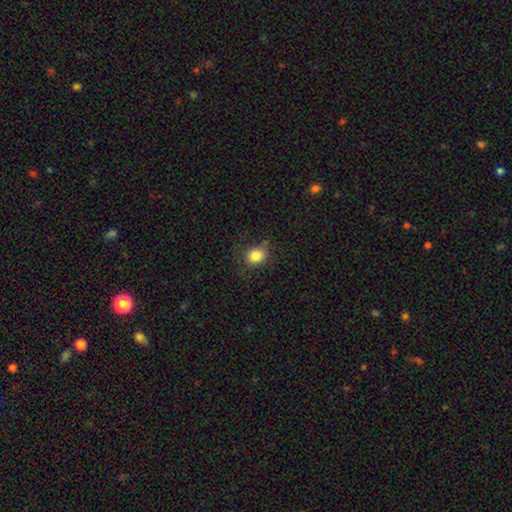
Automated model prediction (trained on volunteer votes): Q: Smooth or featured?
A: smooth (83%); runner-up: star or artifact (11%)
Q: How rounded?
A: round (67%); runner-up: in between (32%)
Q: Merging?
A: none (76%); runner-up: minor disturbance (17%)